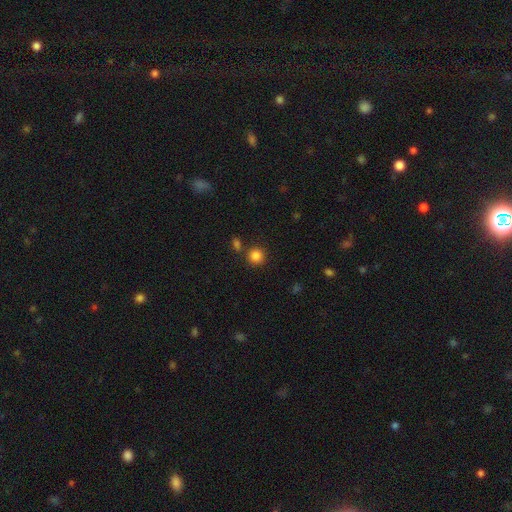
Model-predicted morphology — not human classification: Q: Smooth or featured?
A: smooth (85%); runner-up: star or artifact (11%)
Q: How rounded?
A: round (91%); runner-up: in between (8%)
Q: Merging?
A: none (80%); runner-up: merger (9%)